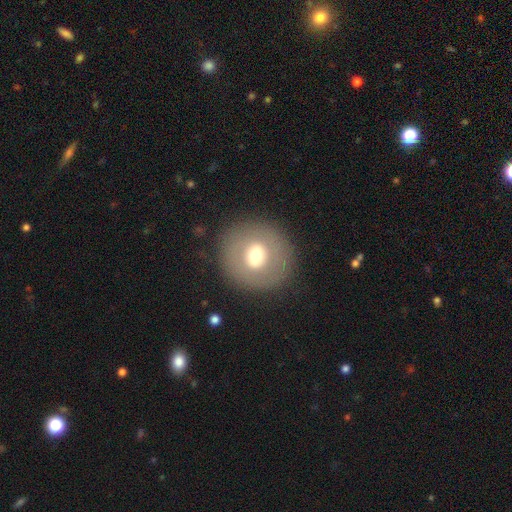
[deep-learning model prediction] Smooth or featured?
  - smooth: 57% *
  - featured or disk: 34%
  - star or artifact: 9%
How rounded?
  - round: 90% *
  - in between: 9%
  - cigar-shaped: 1%
Merging?
  - none: 86% *
  - minor disturbance: 8%
  - major disturbance: 5%
  - merger: 1%